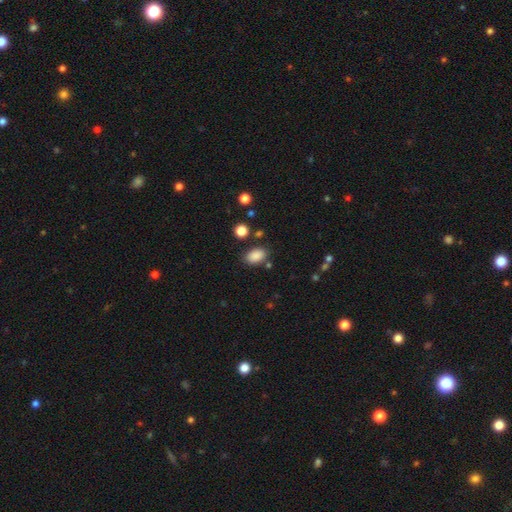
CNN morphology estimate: Smooth or featured? smooth (87%)
How rounded? in between (89%)
Merging? none (81%)